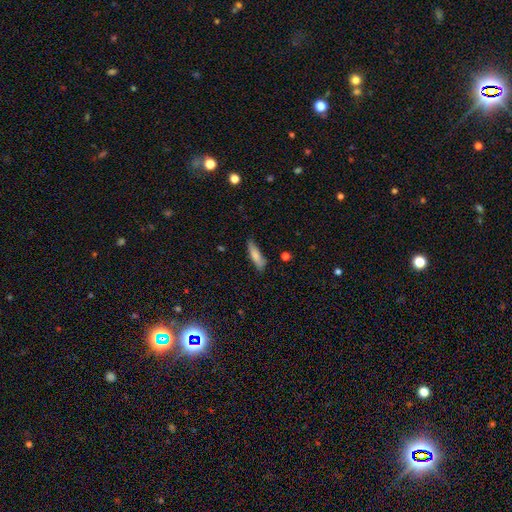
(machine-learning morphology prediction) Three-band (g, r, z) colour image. It shows a smooth galaxy with no disk features (79%) that is cigar-shaped (69%). Merging: none (72%).